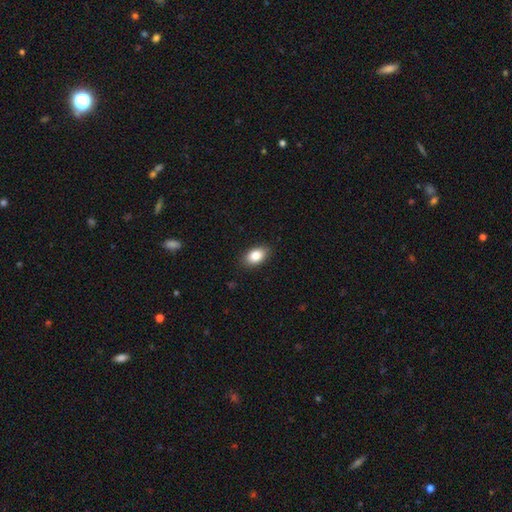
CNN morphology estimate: A smooth galaxy with no disk features (85%) that is in between round and cigar-shaped (89%).

Vote fractions:
- Smooth or featured? smooth: 85% / featured or disk: 8% / star or artifact: 8%
- How rounded? in between: 89% / round: 9% / cigar-shaped: 2%
- Merging? none: 87% / minor disturbance: 10% / major disturbance: 2% / merger: 1%